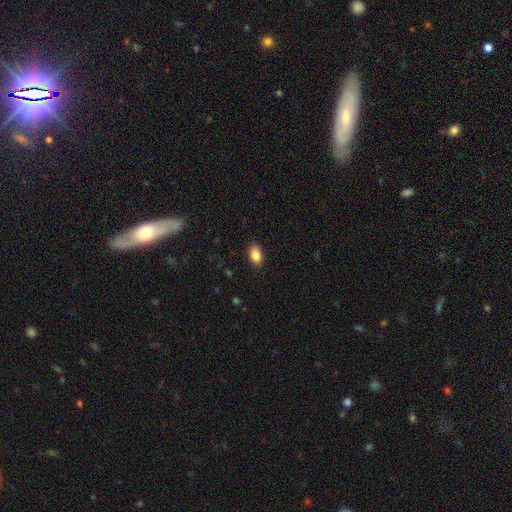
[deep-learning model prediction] Smooth or featured? Predicted: smooth (p=0.87). How rounded? Predicted: in between (p=0.88). Merging? Predicted: none (p=0.87).